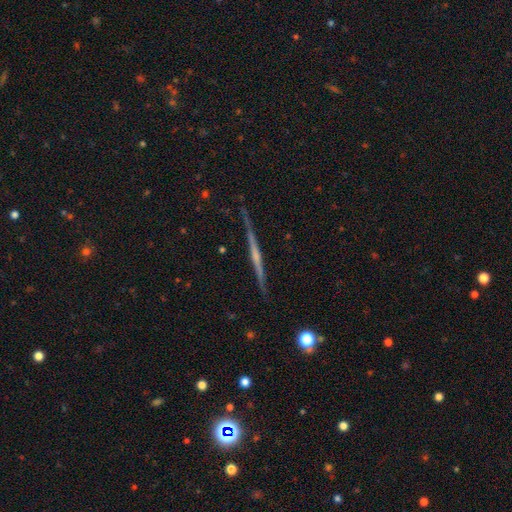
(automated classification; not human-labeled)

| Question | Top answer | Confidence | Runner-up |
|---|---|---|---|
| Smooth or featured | featured or disk | 78% | smooth (15%) |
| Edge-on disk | yes | 98% | no (2%) |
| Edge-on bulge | none | 45% | rounded (44%) |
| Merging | none | 89% | minor disturbance (8%) |